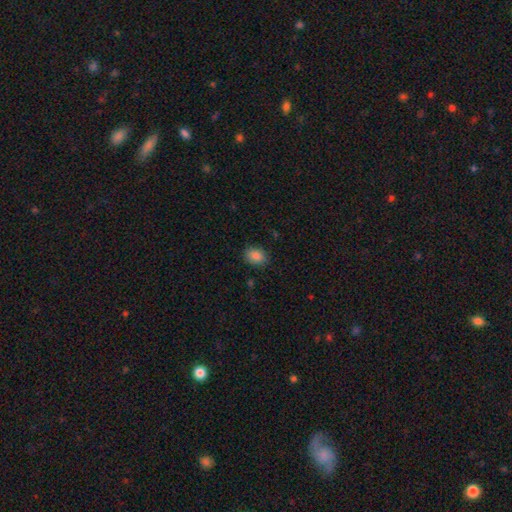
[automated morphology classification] This appears to be a smooth galaxy with no disk features (86%) that is in between round and cigar-shaped (58%). Merging: none (86%).